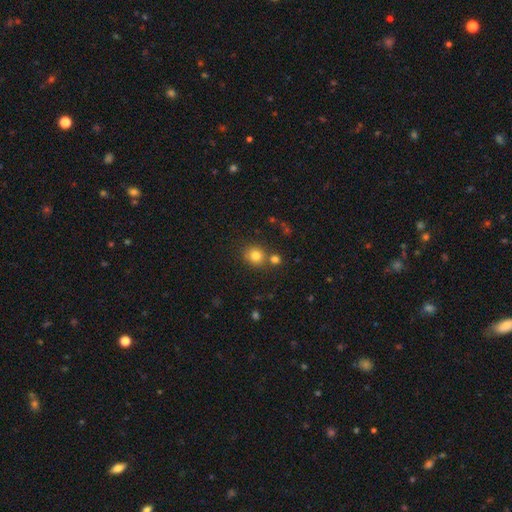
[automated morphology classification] The model was most divided on "merging": none: 70%, merger: 18%, minor disturbance: 9%, major disturbance: 3%. More confident: how rounded — round (84%); smooth or featured — smooth (80%).